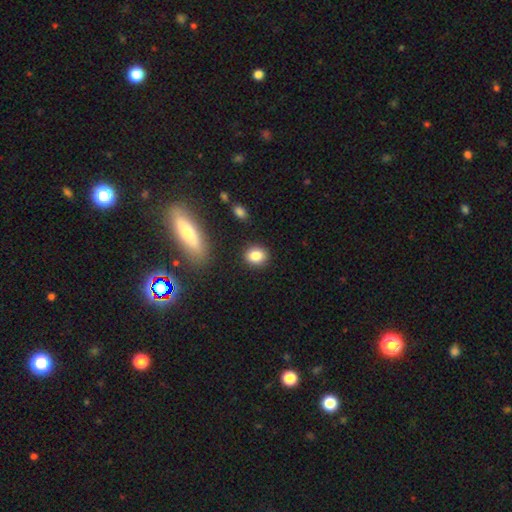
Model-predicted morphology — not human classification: A smooth galaxy with no disk features (84%) that is round (64%). Merging: none (89%).